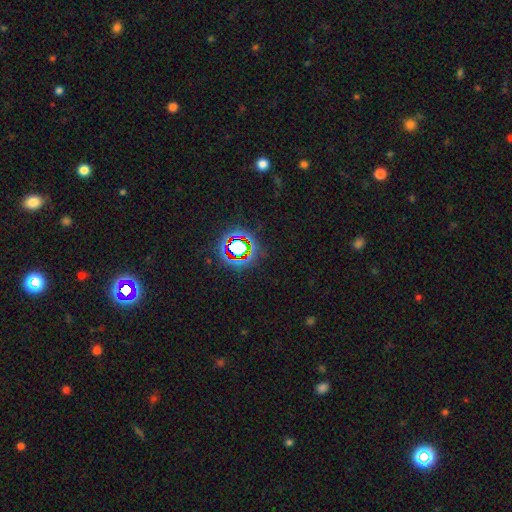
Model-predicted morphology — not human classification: type=star or artifact (76%).